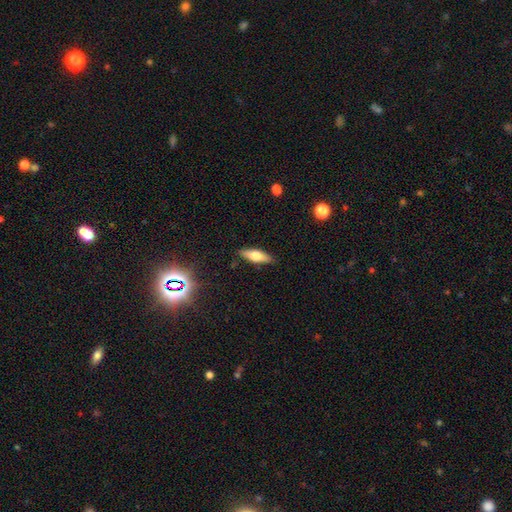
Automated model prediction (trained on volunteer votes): Overall: smooth (57%; featured or disk 35%). How rounded: in between (53%; cigar-shaped 45%). Merging: none (87%).